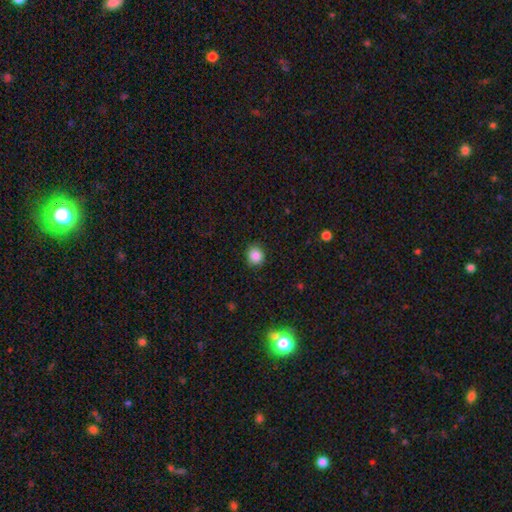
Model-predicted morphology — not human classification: smooth_or_featured: smooth (p=0.86) [alt: star or artifact p=0.10]
how_rounded: round (p=0.83) [alt: in between p=0.16]
merging: none (p=0.89) [alt: minor disturbance p=0.08]